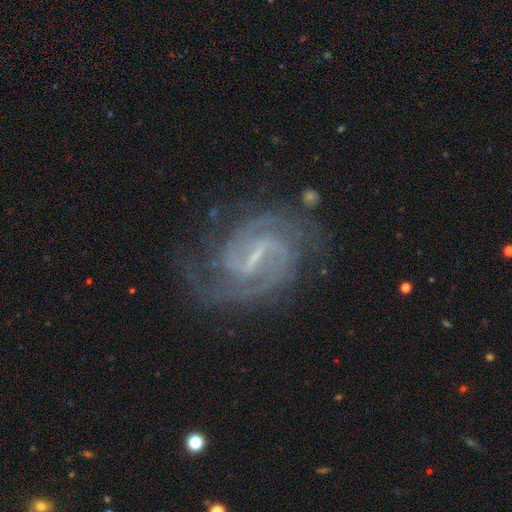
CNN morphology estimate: Q: Smooth or featured?
A: featured or disk (91%); runner-up: star or artifact (5%)
Q: Edge-on disk?
A: no (98%); runner-up: yes (2%)
Q: Bar?
A: strong (47%); runner-up: weak (44%)
Q: Spiral arms?
A: yes (98%); runner-up: no (2%)
Q: Spiral winding?
A: medium (48%); runner-up: tight (43%)
Q: Spiral arm count?
A: 2 (70%); runner-up: 3 (10%)
Q: Bulge size?
A: small (57%); runner-up: none (30%)
Q: Merging?
A: none (73%); runner-up: minor disturbance (17%)